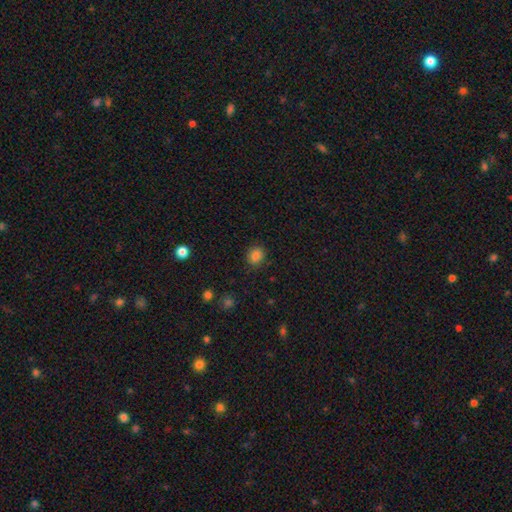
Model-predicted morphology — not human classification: A smooth galaxy with no disk features (84%) that is round (66%). Merging: none (87%).